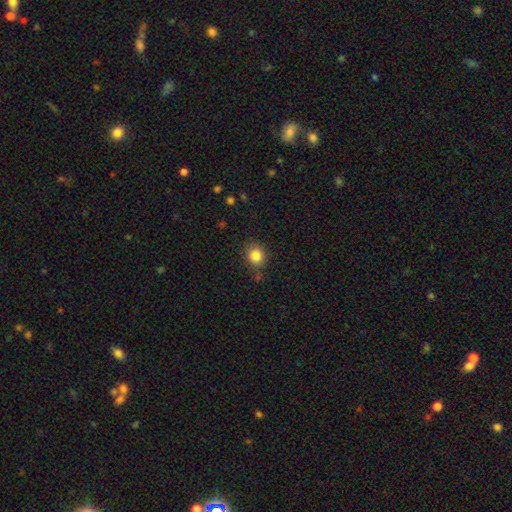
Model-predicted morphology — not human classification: smooth_or_featured: smooth (p=0.85) [alt: star or artifact p=0.10]
how_rounded: round (p=0.76) [alt: in between p=0.23]
merging: none (p=0.80) [alt: minor disturbance p=0.13]